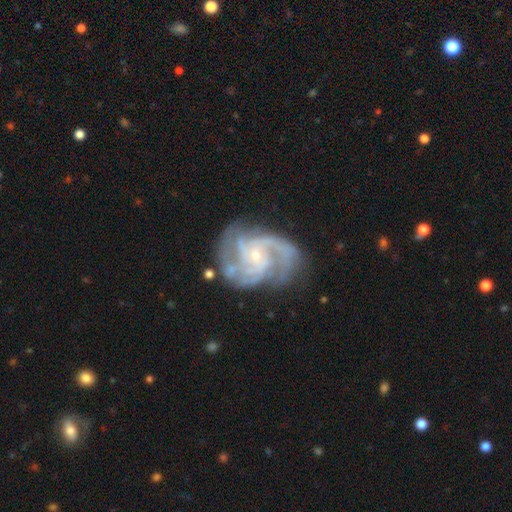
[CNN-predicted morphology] smooth-or-featured: featured or disk: 91% | star or artifact: 5% | smooth: 4%
  disk-edge-on: no: 98% | yes: 2%
    bar: no: 63% | weak: 30% | strong: 7%
    has-spiral-arms: yes: 98% | no: 2%
      spiral-winding: medium: 51% | tight: 38% | loose: 11%
      spiral-arm-count: 3: 35% | 2: 25% | can't tell: 13% | 4: 13% | more than 4: 6% | 1: 6%
    bulge-size: small: 81% | moderate: 15% | none: 3% | large: 1% | dominant: 1%
  merging: none: 66% | minor disturbance: 20% | major disturbance: 11% | merger: 2%